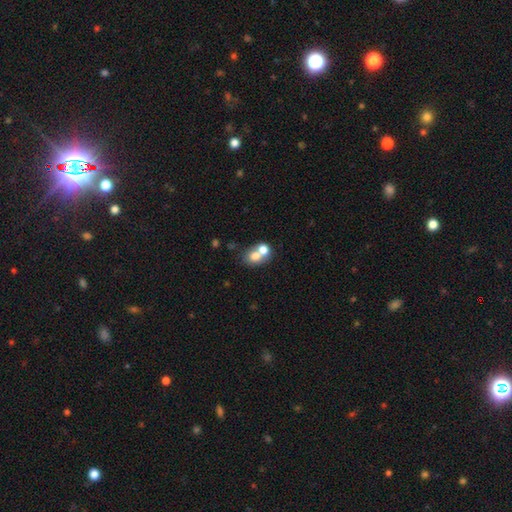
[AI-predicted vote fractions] Smooth or featured: smooth — 69% (featured or disk — 20%)
How rounded: round — 56% (in between — 43%)
Merging: merger — 58% (none — 31%)